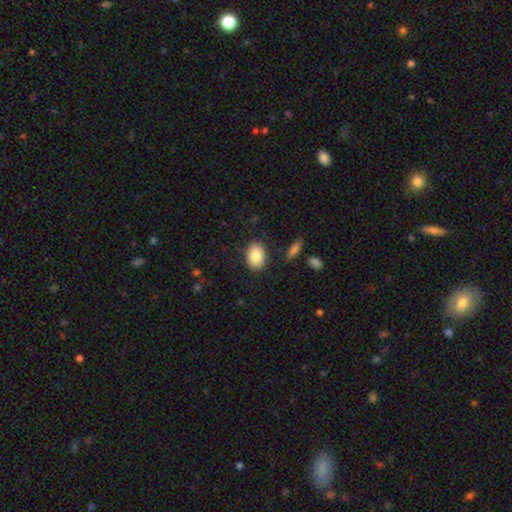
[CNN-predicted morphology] smooth-or-featured: smooth: 84% | featured or disk: 9% | star or artifact: 7%
  how-rounded: in between: 83% | round: 16% | cigar-shaped: 1%
  merging: none: 86% | minor disturbance: 10% | major disturbance: 2% | merger: 2%